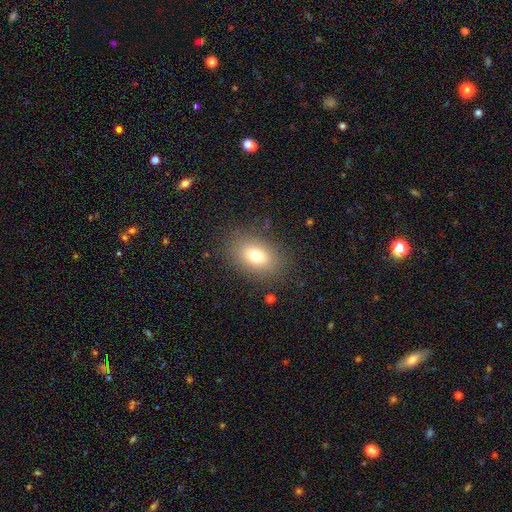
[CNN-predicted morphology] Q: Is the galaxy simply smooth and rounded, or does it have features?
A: smooth — 75%.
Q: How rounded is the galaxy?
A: in between — 78%.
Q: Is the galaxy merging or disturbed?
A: none — 84%.